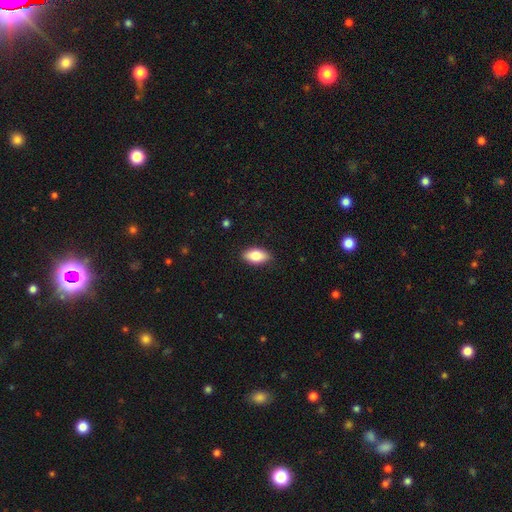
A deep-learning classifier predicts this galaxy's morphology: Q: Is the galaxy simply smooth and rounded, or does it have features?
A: smooth — 81%.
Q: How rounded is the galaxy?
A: in between — 90%.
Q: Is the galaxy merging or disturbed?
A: none — 87%.